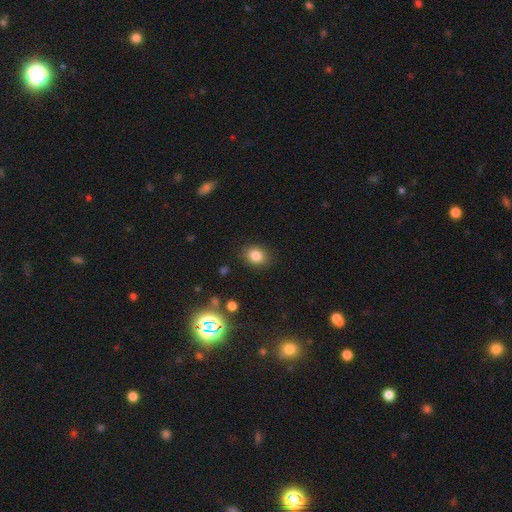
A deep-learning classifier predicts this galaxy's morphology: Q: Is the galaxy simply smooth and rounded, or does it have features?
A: smooth — 81%.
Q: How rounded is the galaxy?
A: round — 51%.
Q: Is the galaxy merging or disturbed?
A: none — 87%.